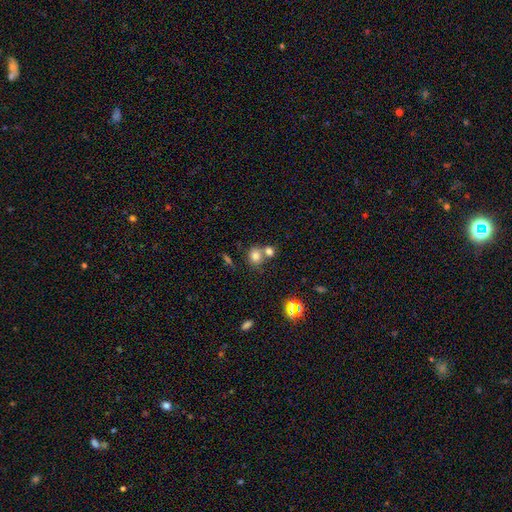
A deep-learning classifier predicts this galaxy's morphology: Q: Smooth or featured?
A: smooth (76%); runner-up: star or artifact (14%)
Q: How rounded?
A: round (74%); runner-up: in between (25%)
Q: Merging?
A: none (47%); runner-up: merger (41%)